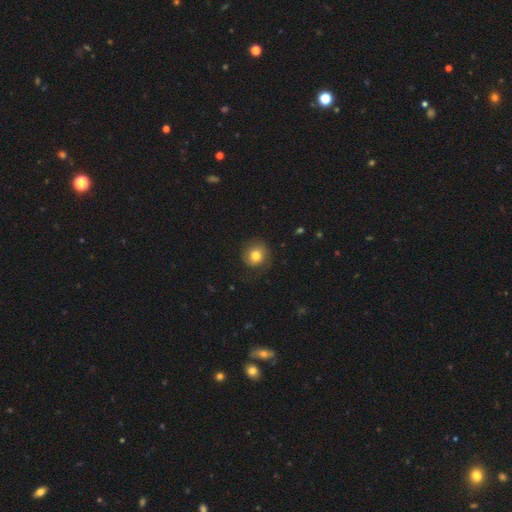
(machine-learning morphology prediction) Smooth or featured: smooth — 74% (featured or disk — 16%)
How rounded: round — 86% (in between — 13%)
Merging: none — 71% (minor disturbance — 18%)